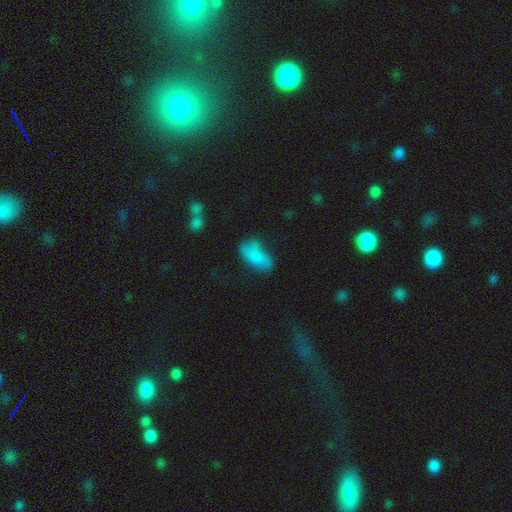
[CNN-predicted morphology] Q: Smooth or featured?
A: smooth (73%); runner-up: featured or disk (17%)
Q: How rounded?
A: in between (89%); runner-up: cigar-shaped (7%)
Q: Merging?
A: none (45%); runner-up: minor disturbance (31%)